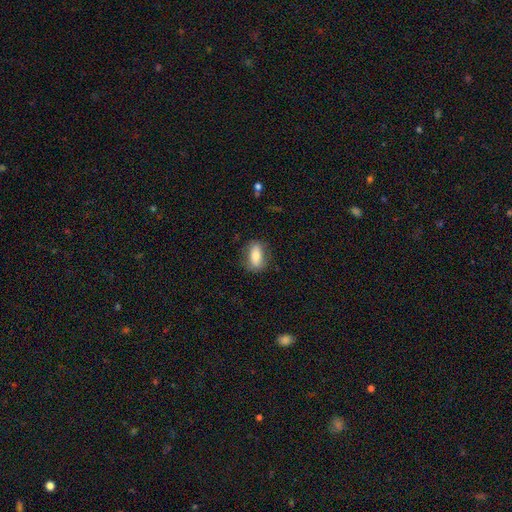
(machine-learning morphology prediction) Smooth or featured: smooth — 72% (featured or disk — 21%)
How rounded: in between — 82% (cigar-shaped — 9%)
Merging: none — 76% (minor disturbance — 17%)